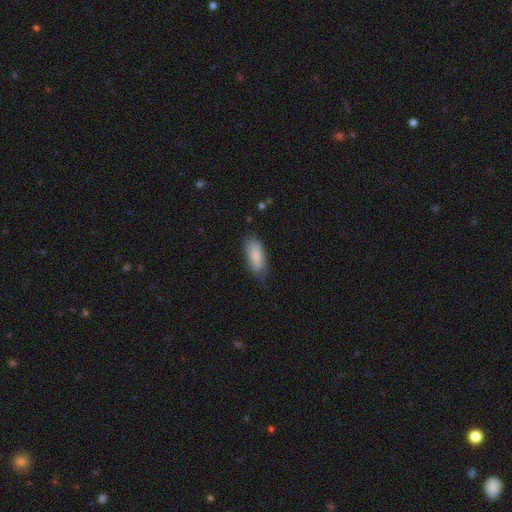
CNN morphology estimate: The model was most divided on "merging": none: 65%, minor disturbance: 28%, major disturbance: 5%, merger: 1%. More confident: smooth or featured — smooth (85%); how rounded — in between (81%).